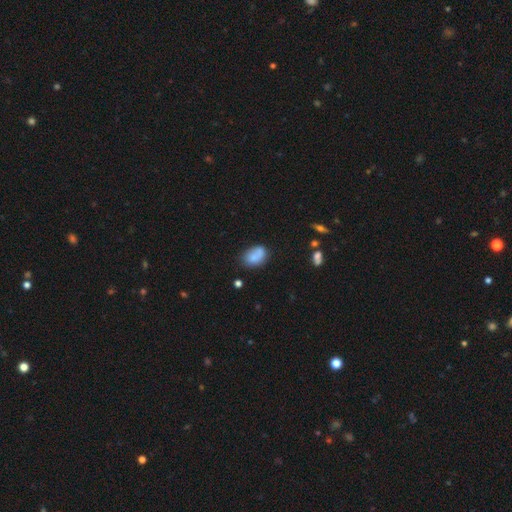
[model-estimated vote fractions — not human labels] Q: Smooth or featured?
A: smooth (77%); runner-up: featured or disk (15%)
Q: How rounded?
A: in between (82%); runner-up: round (17%)
Q: Merging?
A: none (54%); runner-up: minor disturbance (24%)